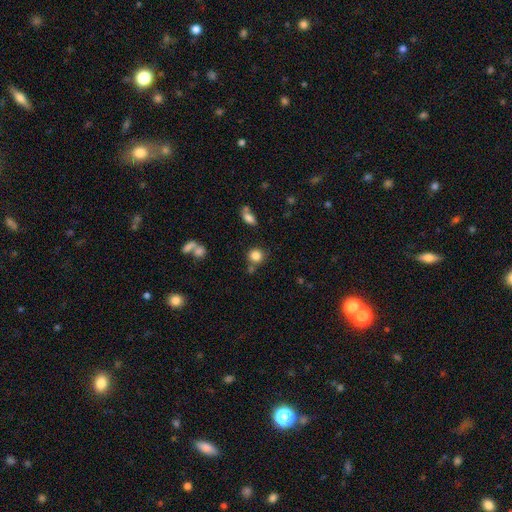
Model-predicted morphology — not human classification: smooth_or_featured: smooth (p=0.83) [alt: star or artifact p=0.11]
how_rounded: round (p=0.87) [alt: in between p=0.12]
merging: none (p=0.72) [alt: merger p=0.12]